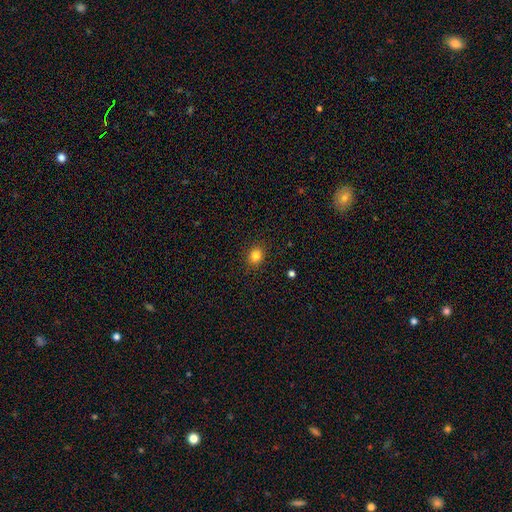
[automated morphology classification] A smooth galaxy with no disk features (83%) that is round (62%).

Vote fractions:
- Smooth or featured? smooth: 83% / star or artifact: 12% / featured or disk: 5%
- How rounded? round: 62% / in between: 37% / cigar-shaped: 1%
- Merging? none: 89% / minor disturbance: 7% / major disturbance: 2% / merger: 1%